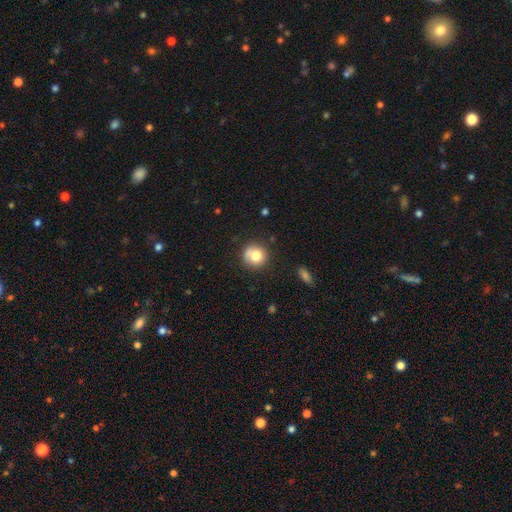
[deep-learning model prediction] Overall: smooth (77%). How rounded: round (89%). Merging: none (70%).